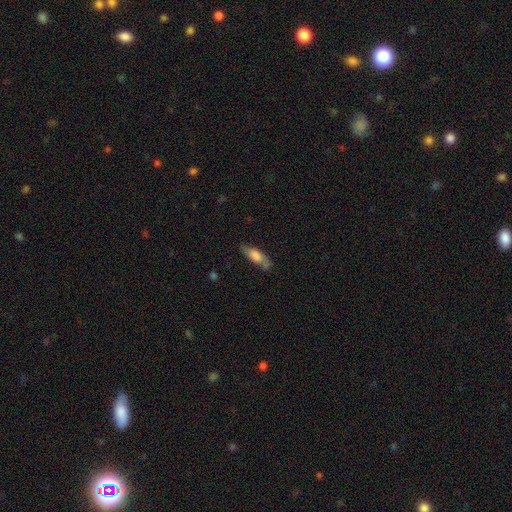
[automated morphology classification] Smooth or featured? smooth (70%)
How rounded? in between (58%)
Merging? none (65%)